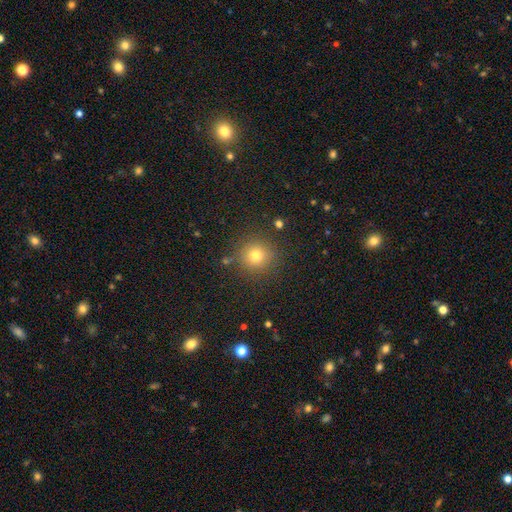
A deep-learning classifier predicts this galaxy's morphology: Q: Smooth or featured?
A: smooth (74%); runner-up: star or artifact (17%)
Q: How rounded?
A: round (93%); runner-up: in between (6%)
Q: Merging?
A: none (87%); runner-up: minor disturbance (8%)